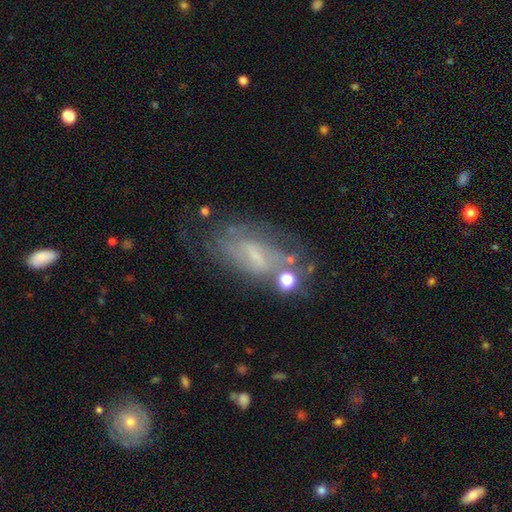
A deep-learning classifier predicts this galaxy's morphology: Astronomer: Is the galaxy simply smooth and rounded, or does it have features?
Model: featured or disk — 63%.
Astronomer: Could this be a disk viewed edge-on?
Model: no — 90%.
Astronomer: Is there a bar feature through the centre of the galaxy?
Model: weak — 48% (runner-up: no, 34%).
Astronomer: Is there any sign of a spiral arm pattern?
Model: yes — 67%.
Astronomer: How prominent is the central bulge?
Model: small — 52%.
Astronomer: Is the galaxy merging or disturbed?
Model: none — 53%.